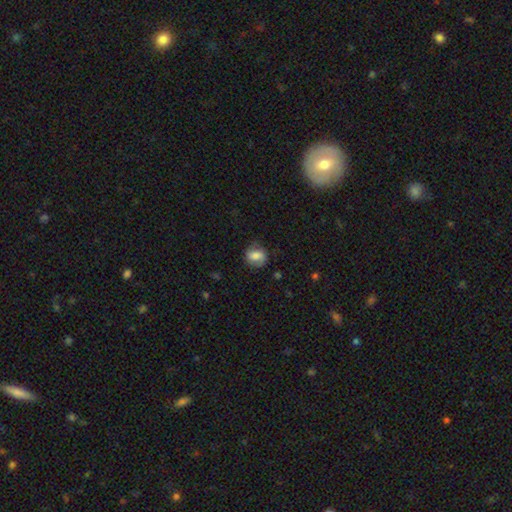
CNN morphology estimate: smooth-or-featured: smooth: 60% | featured or disk: 31% | star or artifact: 9%
  how-rounded: round: 68% | in between: 31% | cigar-shaped: 1%
  merging: none: 72% | minor disturbance: 20% | major disturbance: 7% | merger: 1%